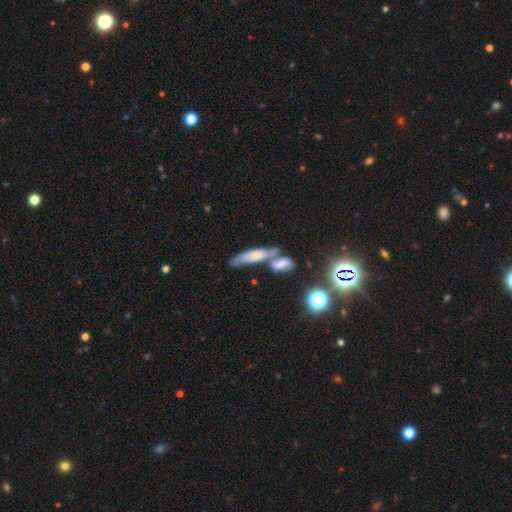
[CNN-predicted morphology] Smooth or featured? smooth (57%)
How rounded? cigar-shaped (64%)
Merging? merger (47%)